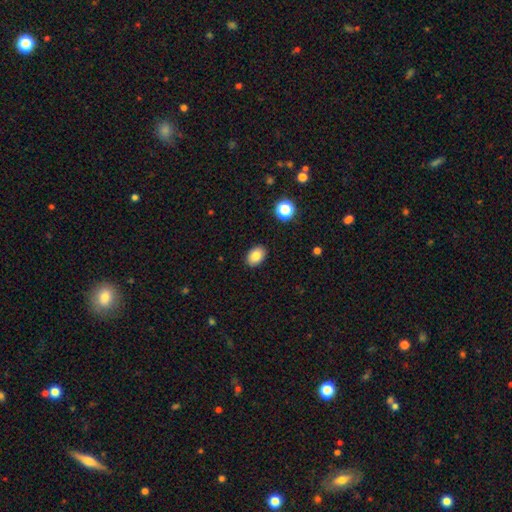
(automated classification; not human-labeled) Smooth or featured?
  - smooth: 85% *
  - star or artifact: 9%
  - featured or disk: 7%
How rounded?
  - in between: 82% *
  - round: 17%
  - cigar-shaped: 1%
Merging?
  - none: 89% *
  - minor disturbance: 8%
  - major disturbance: 2%
  - merger: 1%